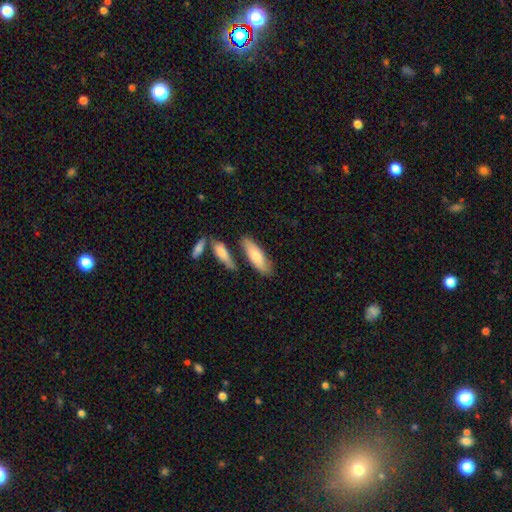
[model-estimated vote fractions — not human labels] Smooth or featured? Predicted: smooth (p=0.75). How rounded? Predicted: in between (p=0.61). Merging? Predicted: none (p=0.69).